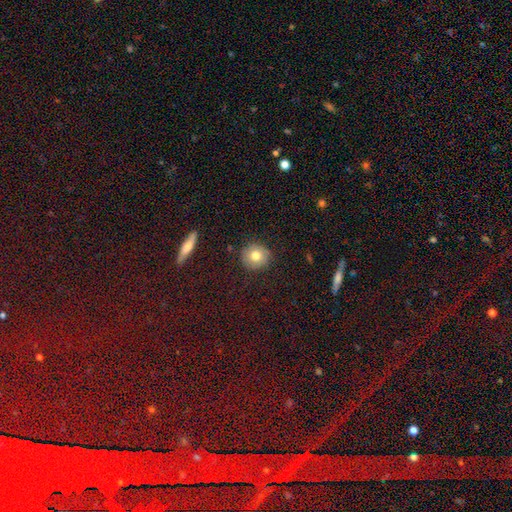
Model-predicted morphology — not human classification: Overall: smooth (75%). How rounded: round (91%). Merging: none (86%).